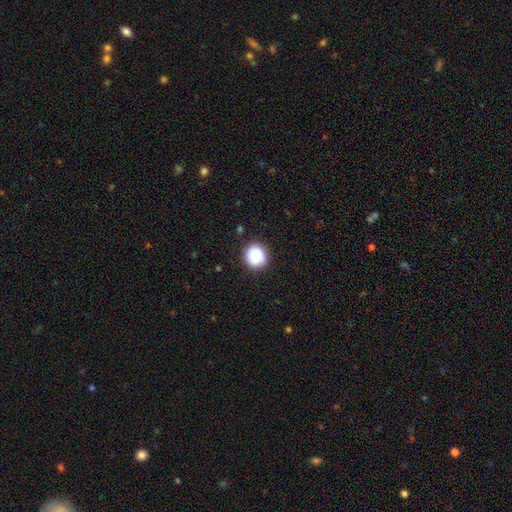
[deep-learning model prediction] This is clearly a smooth galaxy (84%). How rounded: clearly round (90%). Merging: clearly none (88%).